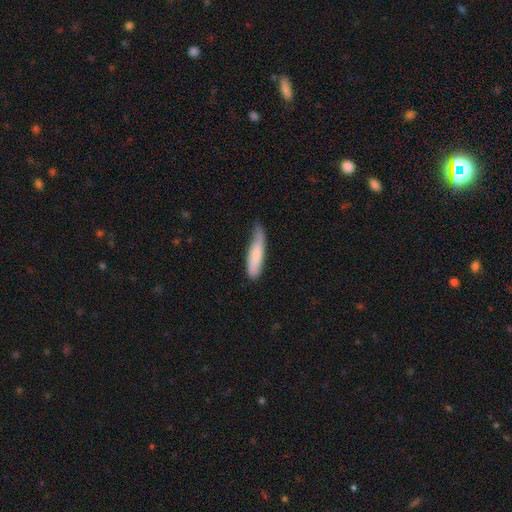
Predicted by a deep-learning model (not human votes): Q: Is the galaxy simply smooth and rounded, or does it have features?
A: smooth — 78%.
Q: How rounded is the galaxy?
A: cigar-shaped — 78%.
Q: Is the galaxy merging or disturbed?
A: none — 44%.